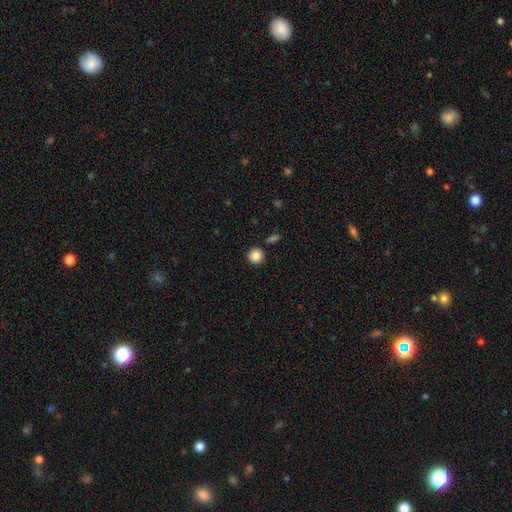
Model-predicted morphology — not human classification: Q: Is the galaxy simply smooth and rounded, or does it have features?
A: smooth — 86%.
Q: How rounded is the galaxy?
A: round — 93%.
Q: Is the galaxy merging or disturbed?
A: none — 88%.